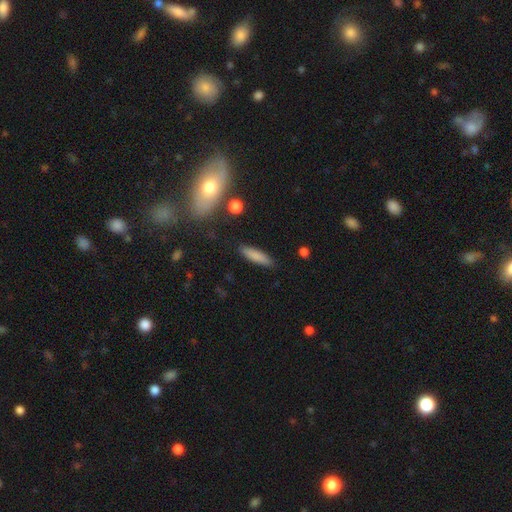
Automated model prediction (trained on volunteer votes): Overall: smooth (83%). How rounded: cigar-shaped (71%). Merging: none (87%).